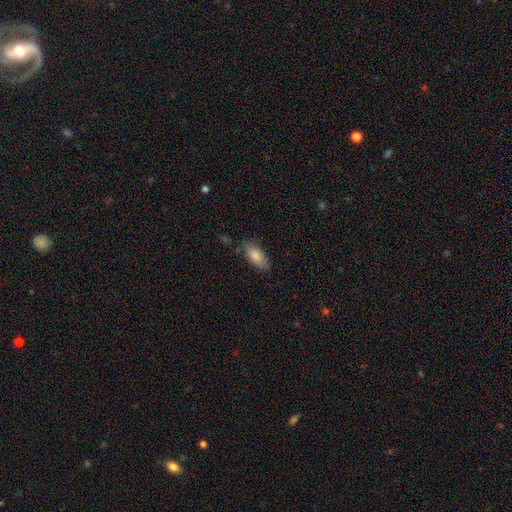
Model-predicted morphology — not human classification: Smooth or featured?
  - smooth: 81% *
  - featured or disk: 12%
  - star or artifact: 7%
How rounded?
  - in between: 85% *
  - cigar-shaped: 12%
  - round: 2%
Merging?
  - none: 69% *
  - minor disturbance: 23%
  - major disturbance: 5%
  - merger: 3%